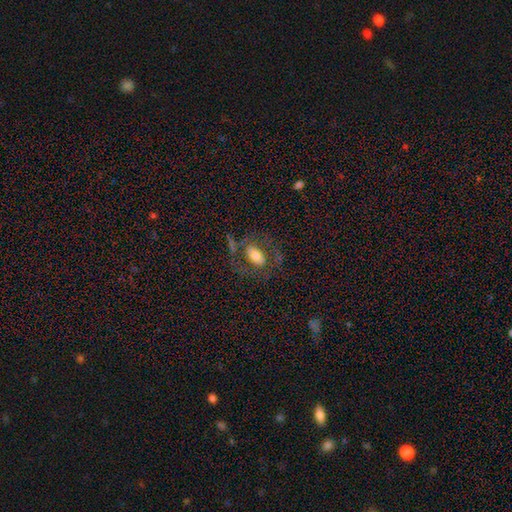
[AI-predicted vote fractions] A smooth galaxy with no disk features (57%) that is in between round and cigar-shaped (88%). Merging: none (59%).